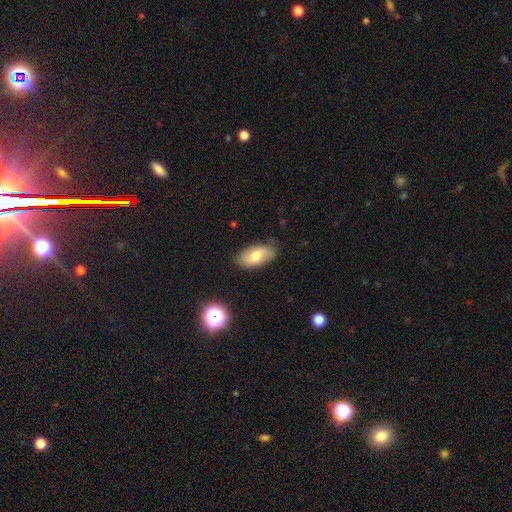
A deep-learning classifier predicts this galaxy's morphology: Smooth or featured? smooth (69%)
How rounded? in between (92%)
Merging? none (81%)